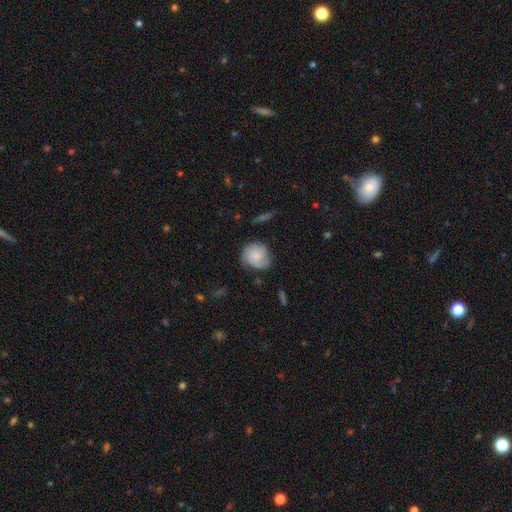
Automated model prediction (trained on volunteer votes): smooth_or_featured: smooth (p=0.51) [alt: featured or disk p=0.42]
how_rounded: round (p=0.78) [alt: in between p=0.21]
merging: none (p=0.66) [alt: minor disturbance p=0.25]